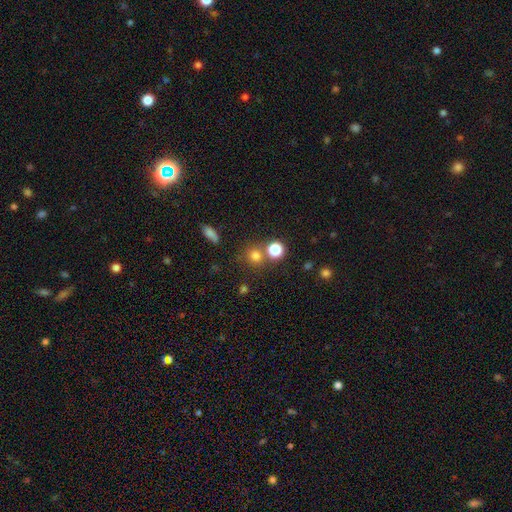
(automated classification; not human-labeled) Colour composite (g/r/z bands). It shows a smooth galaxy with no disk features (72%) that is round (89%). Merging: none (71%).